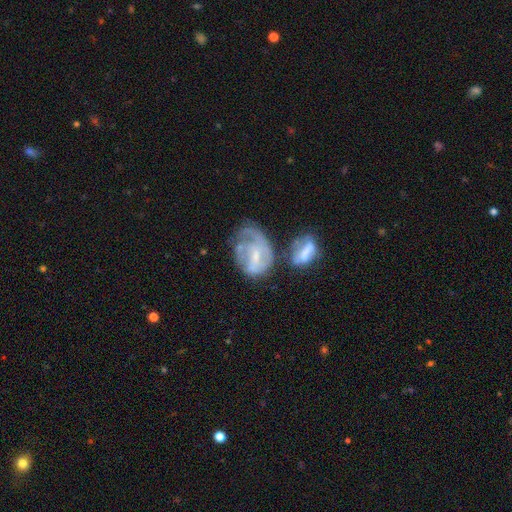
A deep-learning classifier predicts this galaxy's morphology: A featured or disk galaxy (66%) with no bar (45%), spiral arms (61%) and a small central bulge (53%).

Vote fractions:
- Smooth or featured? featured or disk: 66% / smooth: 26% / star or artifact: 8%
- Edge-on disk? no: 97% / yes: 3%
- Bar? no: 45% / weak: 42% / strong: 13%
- Spiral arms? yes: 61% / no: 39%
- Bulge size? small: 53% / moderate: 29% / none: 15% / large: 2% / dominant: 1%
- Merging? major disturbance: 31% / none: 24% / merger: 23% / minor disturbance: 21%